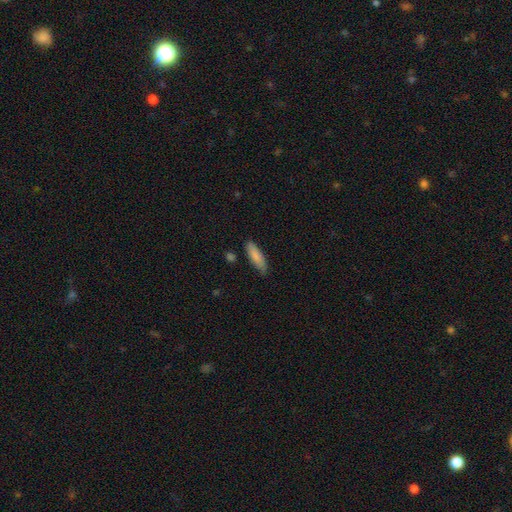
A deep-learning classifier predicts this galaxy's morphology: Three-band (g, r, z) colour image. It shows a smooth galaxy with no disk features (84%) that is cigar-shaped (55%). Merging: none (80%).